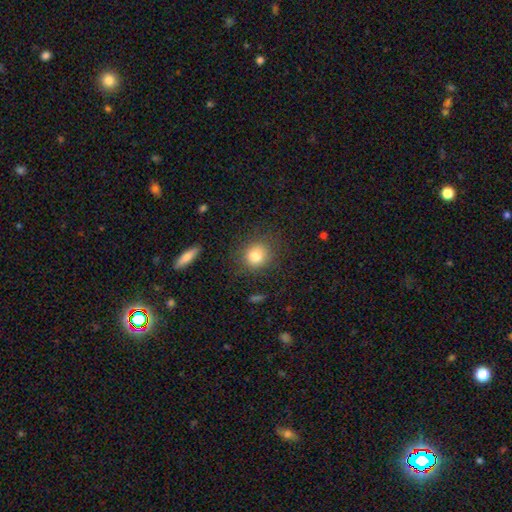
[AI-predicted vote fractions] The model was most divided on "how rounded": round: 84%, in between: 15%, cigar-shaped: 1%. More confident: merging — none (83%); smooth or featured — smooth (81%).